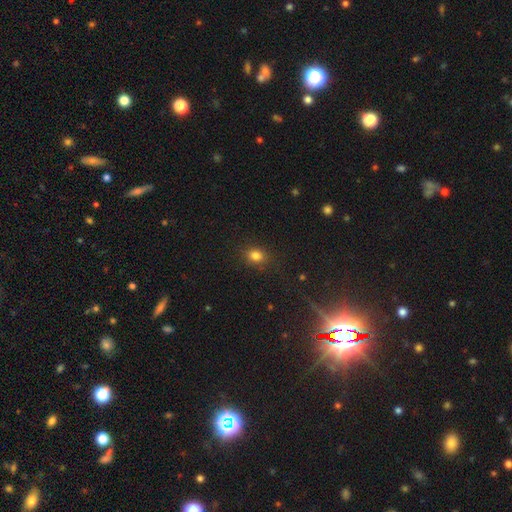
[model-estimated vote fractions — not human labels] A smooth galaxy with no disk features (81%) that is round (51%). Merging: none (84%).